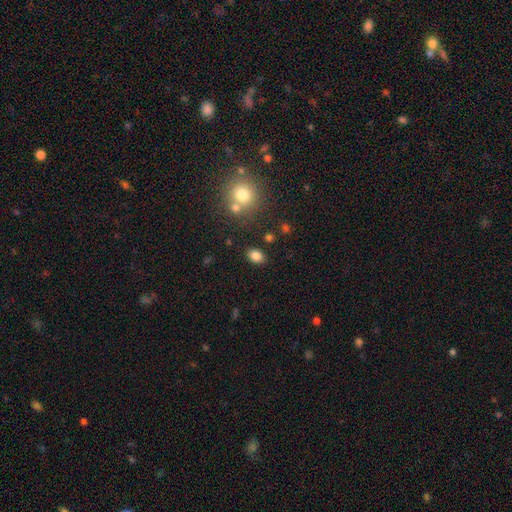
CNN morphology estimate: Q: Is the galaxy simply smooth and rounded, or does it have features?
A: smooth — 83%.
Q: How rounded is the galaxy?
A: in between — 77%.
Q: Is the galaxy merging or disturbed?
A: none — 83%.